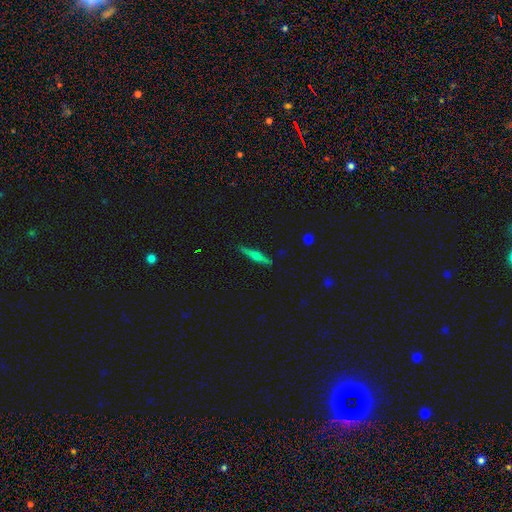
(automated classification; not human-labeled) Smooth or featured? Predicted: featured or disk (p=0.57). Edge-on disk? Predicted: yes (p=0.97). Edge-on bulge? Predicted: rounded (p=0.83). Merging? Predicted: none (p=0.89).